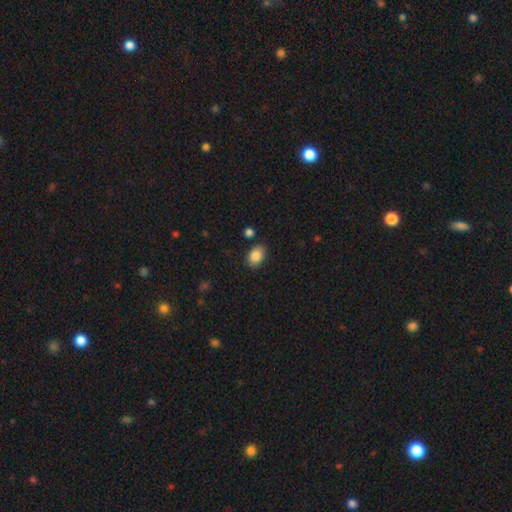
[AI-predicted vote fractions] A smooth galaxy with no disk features (86%) that is in between round and cigar-shaped (79%). Merging: none (83%).